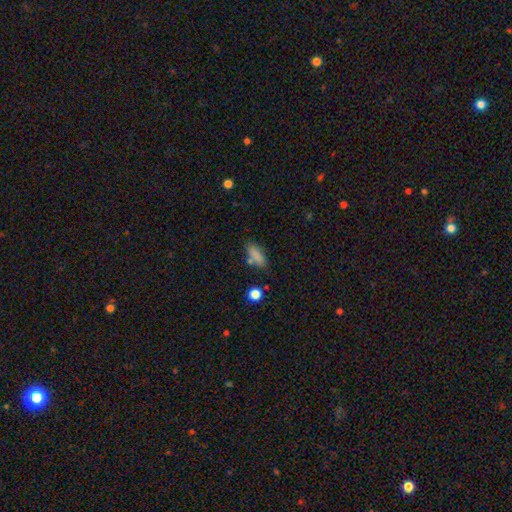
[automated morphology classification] smooth-or-featured: smooth: 83% | star or artifact: 10% | featured or disk: 7%
  how-rounded: in between: 76% | cigar-shaped: 20% | round: 4%
  merging: none: 71% | minor disturbance: 17% | merger: 8% | major disturbance: 5%